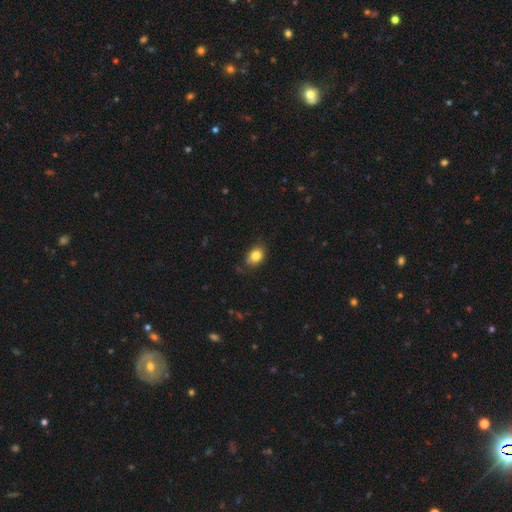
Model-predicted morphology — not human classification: Q: Smooth or featured?
A: smooth (83%); runner-up: star or artifact (9%)
Q: How rounded?
A: in between (69%); runner-up: round (30%)
Q: Merging?
A: none (72%); runner-up: minor disturbance (22%)